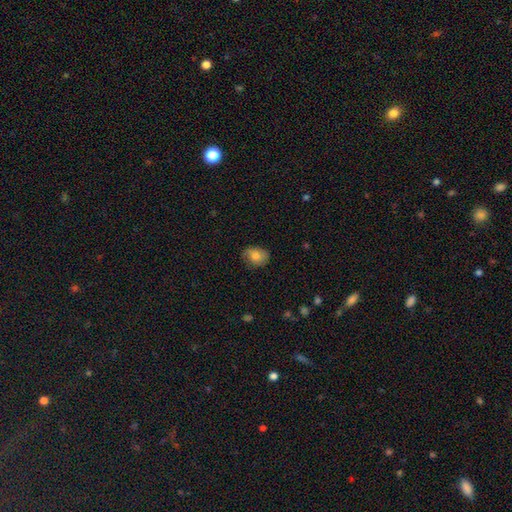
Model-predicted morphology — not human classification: A smooth galaxy with no disk features (73%) that is in between round and cigar-shaped (55%). Merging: none (73%).